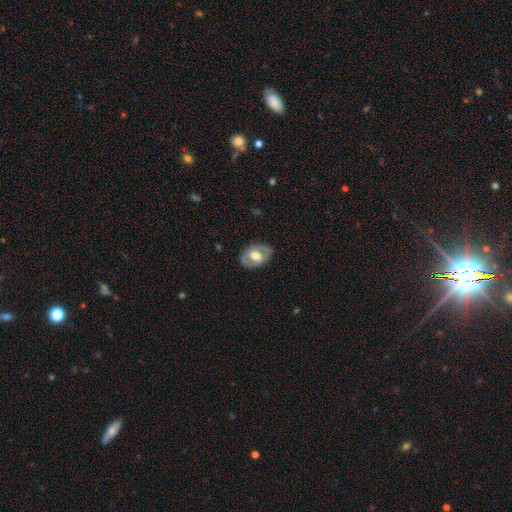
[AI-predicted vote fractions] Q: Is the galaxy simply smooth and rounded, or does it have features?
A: featured or disk — 54%.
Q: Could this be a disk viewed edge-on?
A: no — 92%.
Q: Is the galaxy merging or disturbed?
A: none — 76%.